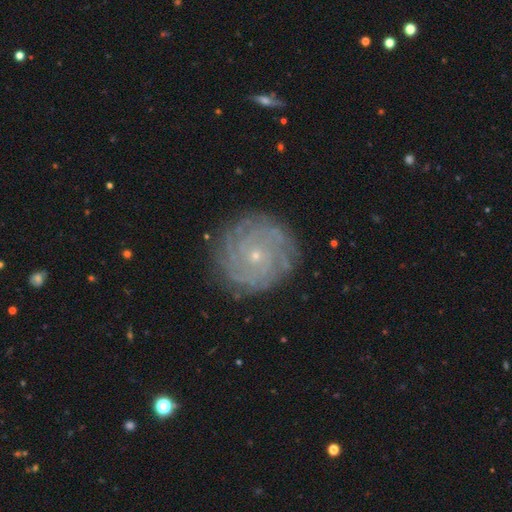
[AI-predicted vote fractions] The model was most divided on "spiral arm count": can't tell: 33%, more than 4: 18%, 4: 17%, 3: 12%, 2: 11%, 1: 8%. More confident: edge-on disk — no (97%); spiral arms — yes (95%); merging — none (86%); bulge size — small (84%); spiral winding — tight (84%); bar — no (83%); smooth or featured — featured or disk (79%).